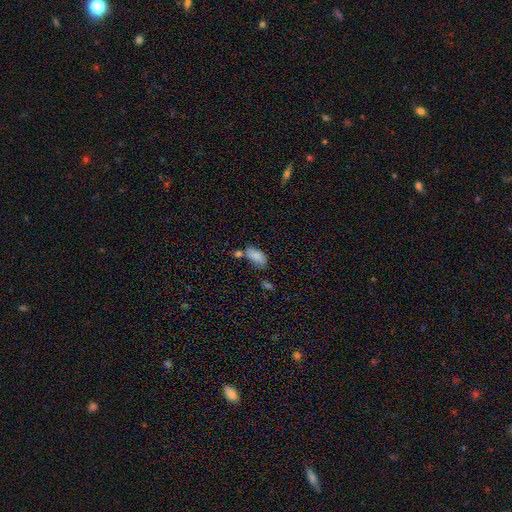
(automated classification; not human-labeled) smooth 83%, star or artifact 9%, featured or disk 8%. Down the decision tree: how rounded — in between (91%); merging — none (41%).